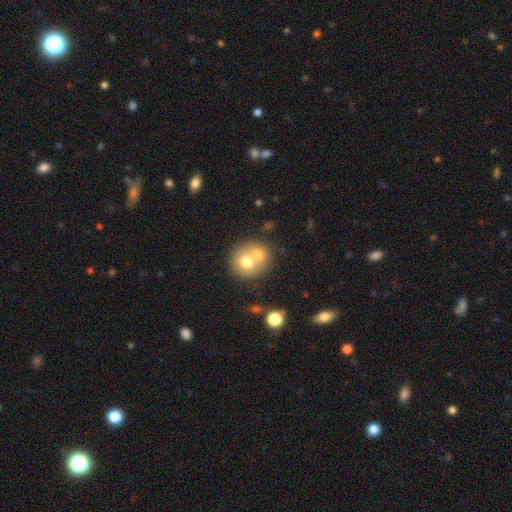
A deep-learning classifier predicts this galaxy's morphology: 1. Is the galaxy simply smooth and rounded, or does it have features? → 64% smooth, 25% featured or disk, 10% star or artifact.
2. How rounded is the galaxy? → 80% round, 19% in between, 1% cigar-shaped.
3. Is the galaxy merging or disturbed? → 59% merger, 32% none, 6% minor disturbance, 3% major disturbance.